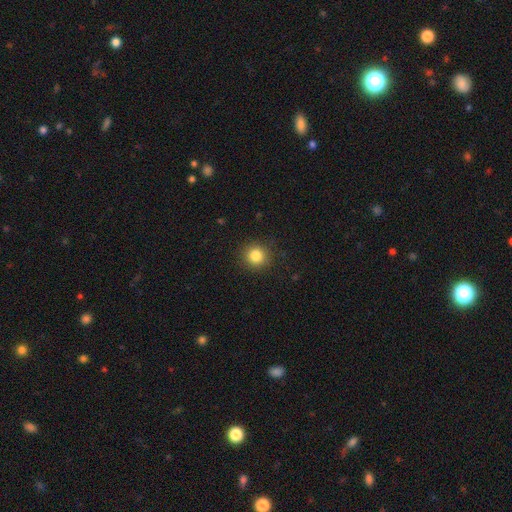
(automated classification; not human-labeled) The model was most divided on "smooth or featured": smooth: 83%, star or artifact: 11%, featured or disk: 5%. More confident: how rounded — round (92%); merging — none (91%).